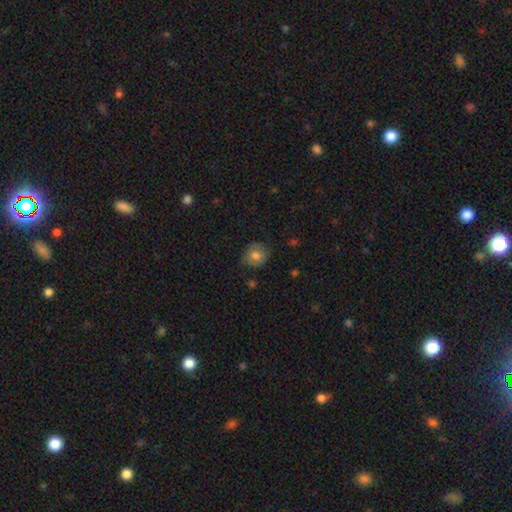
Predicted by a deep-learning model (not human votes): Morphology: type=smooth (73%); roundness=round (78%); merging=none (73%).